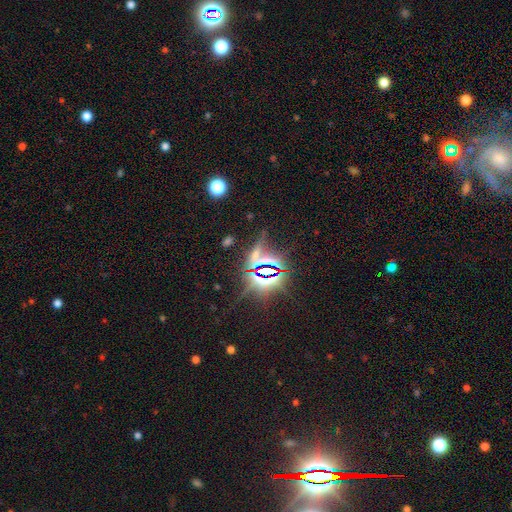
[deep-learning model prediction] Smooth or featured: star or artifact — 72% (smooth — 15%)